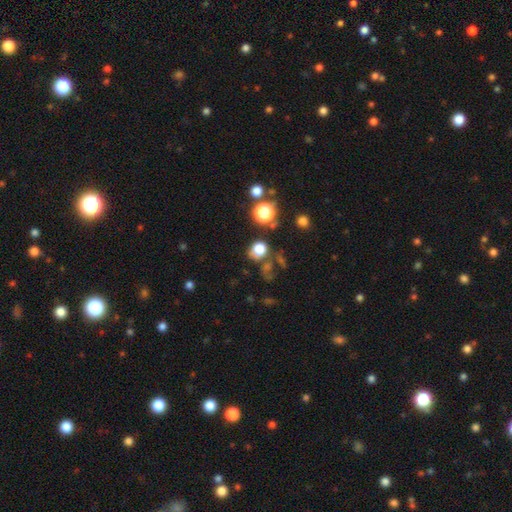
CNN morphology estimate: Q: Smooth or featured?
A: star or artifact (61%); runner-up: smooth (26%)